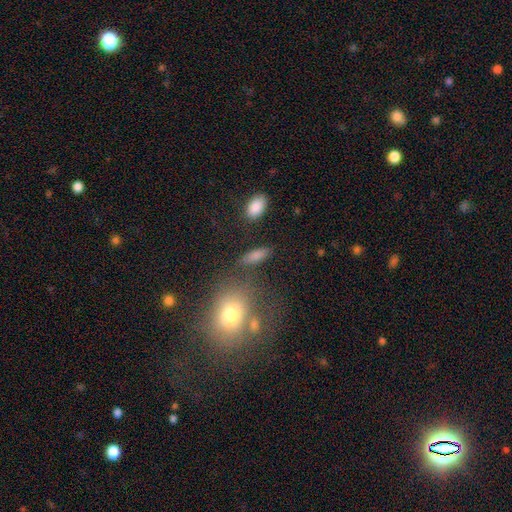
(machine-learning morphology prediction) This appears to be a smooth galaxy with no disk features (81%) that is in between round and cigar-shaped (59%). Merging: none (75%).